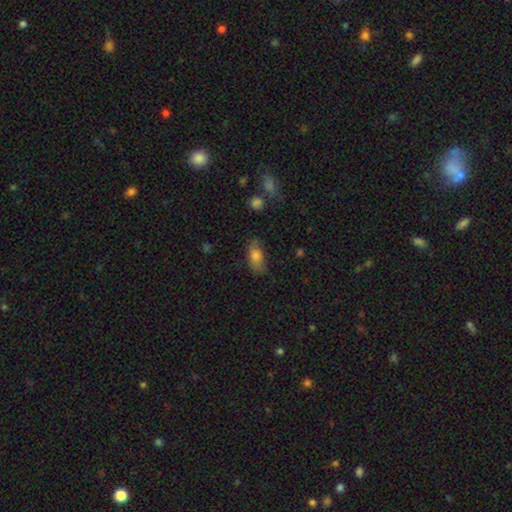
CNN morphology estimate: A smooth galaxy with no disk features (77%) that is in between round and cigar-shaped (86%). Merging: none (62%).